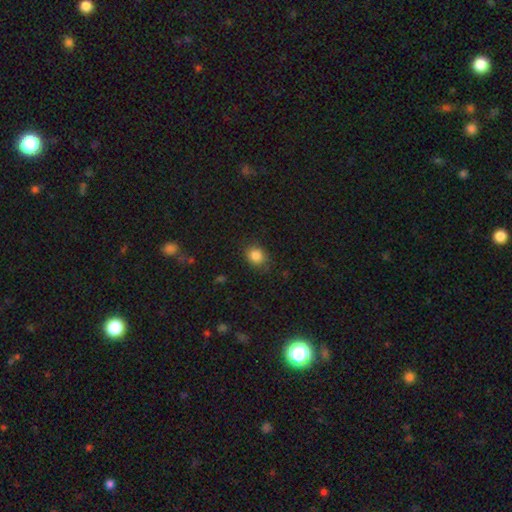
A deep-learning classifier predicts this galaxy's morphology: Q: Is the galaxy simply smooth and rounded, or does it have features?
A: smooth — 85%.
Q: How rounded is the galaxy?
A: round — 61%.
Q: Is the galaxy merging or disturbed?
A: none — 82%.